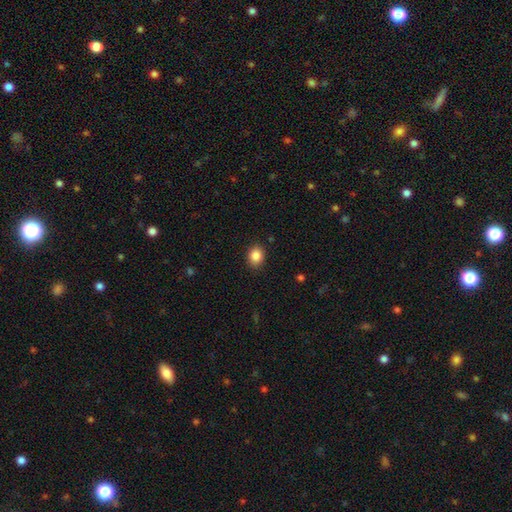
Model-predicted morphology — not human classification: Smooth or featured? Predicted: smooth (p=0.86). How rounded? Predicted: round (p=0.56). Merging? Predicted: none (p=0.89).